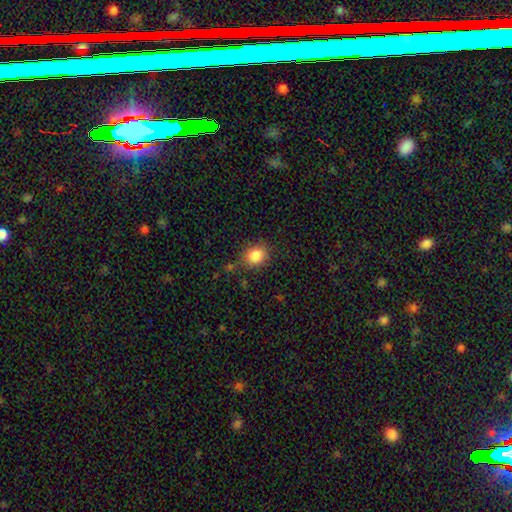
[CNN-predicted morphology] A smooth galaxy with no disk features (84%) that is round (69%).

Vote fractions:
- Smooth or featured? smooth: 84% / star or artifact: 10% / featured or disk: 6%
- How rounded? round: 69% / in between: 30% / cigar-shaped: 1%
- Merging? none: 76% / minor disturbance: 16% / major disturbance: 5% / merger: 3%